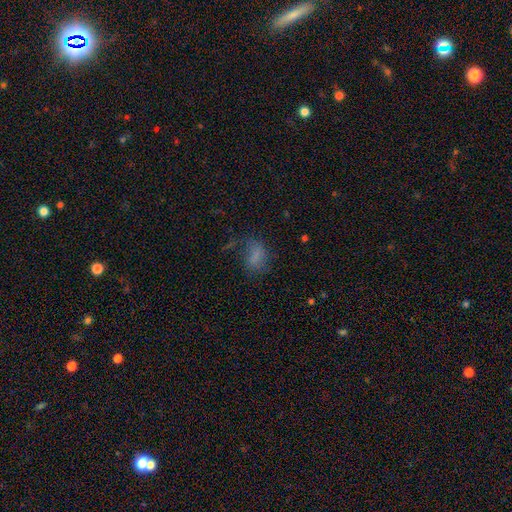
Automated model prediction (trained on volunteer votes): A smooth galaxy with no disk features (67%) that is in between round and cigar-shaped (80%).

Vote fractions:
- Smooth or featured? smooth: 67% / featured or disk: 18% / star or artifact: 15%
- How rounded? in between: 80% / round: 16% / cigar-shaped: 4%
- Merging? none: 48% / major disturbance: 24% / minor disturbance: 24% / merger: 4%